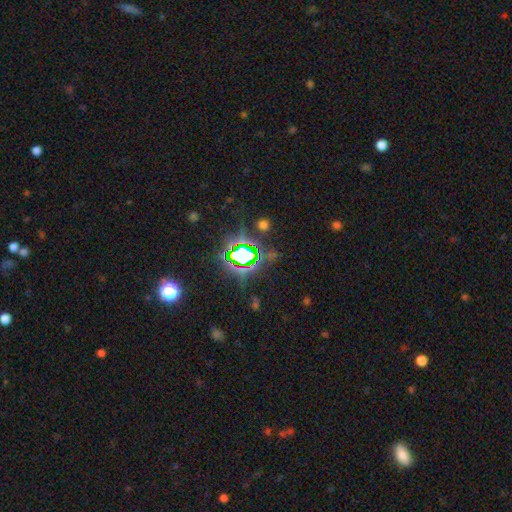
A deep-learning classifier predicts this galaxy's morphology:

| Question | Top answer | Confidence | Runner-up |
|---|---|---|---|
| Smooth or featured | star or artifact | 79% | smooth (13%) |